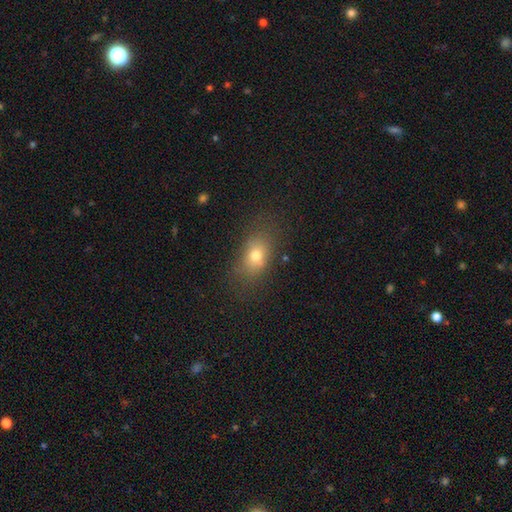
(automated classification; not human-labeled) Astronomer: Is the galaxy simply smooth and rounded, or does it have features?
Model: smooth — 74%.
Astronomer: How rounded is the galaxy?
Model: in between — 74%.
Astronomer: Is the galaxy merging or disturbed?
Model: none — 72%.